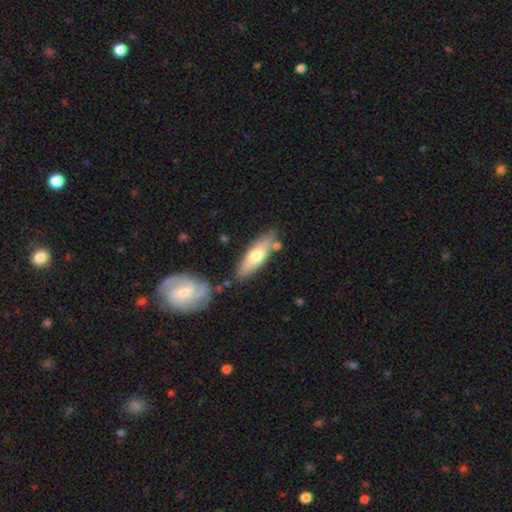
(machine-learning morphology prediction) type=smooth (63%); roundness=in between (53%); merging=none (78%).